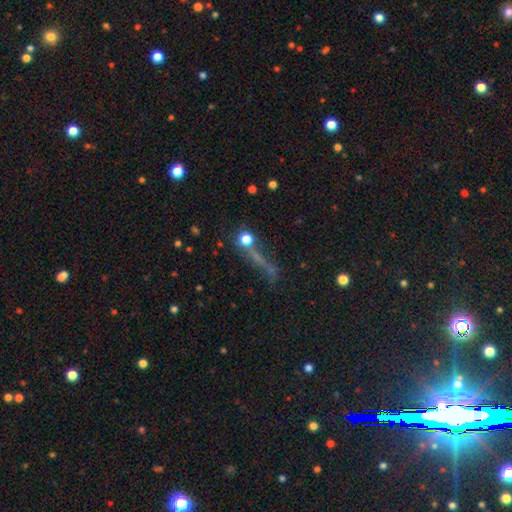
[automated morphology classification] Smooth or featured? smooth (38%)
Merging? none (48%)